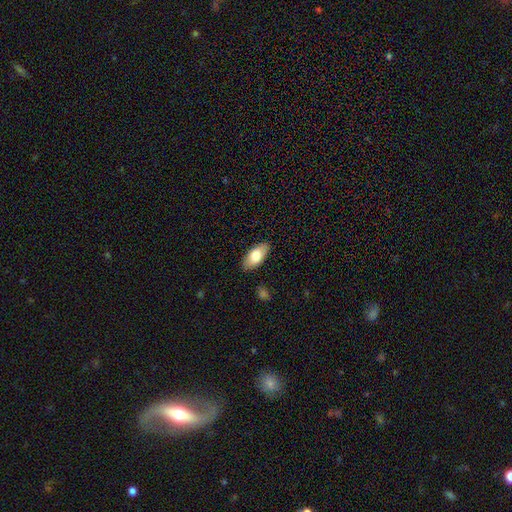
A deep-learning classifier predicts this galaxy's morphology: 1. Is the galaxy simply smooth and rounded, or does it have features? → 73% smooth, 21% featured or disk, 6% star or artifact.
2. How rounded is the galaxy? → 89% in between, 8% cigar-shaped, 3% round.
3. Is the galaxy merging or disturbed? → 87% none, 10% minor disturbance, 2% major disturbance, 1% merger.